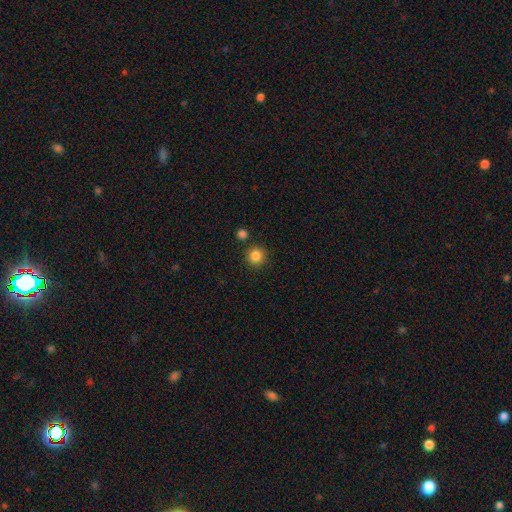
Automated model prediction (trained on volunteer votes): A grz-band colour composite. It shows a smooth galaxy with no disk features (85%) that is round (94%). Merging: none (86%).